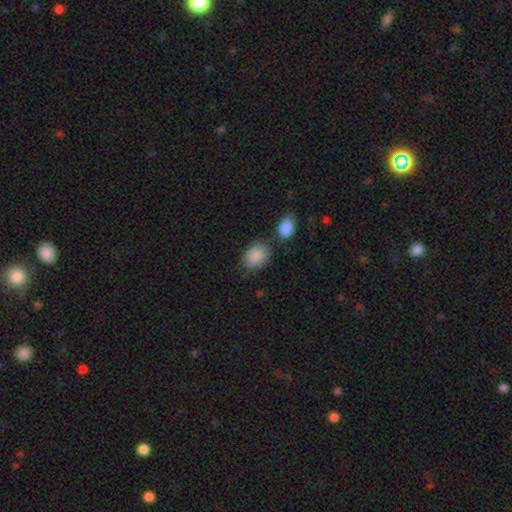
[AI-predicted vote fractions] Smooth or featured? Predicted: smooth (p=0.89). How rounded? Predicted: in between (p=0.72). Merging? Predicted: none (p=0.66).